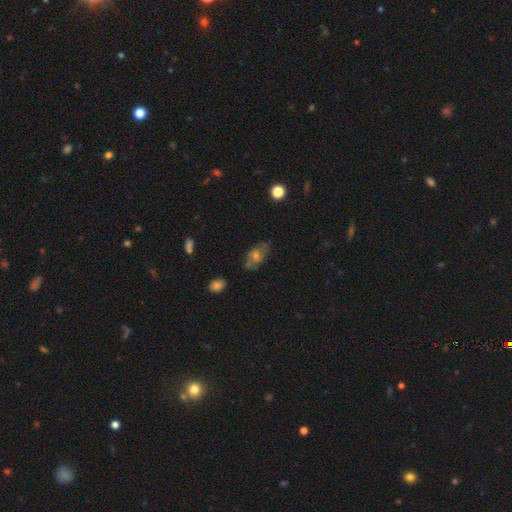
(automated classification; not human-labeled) Overall: featured or disk (49%; smooth 35%). Merging: none (68%).